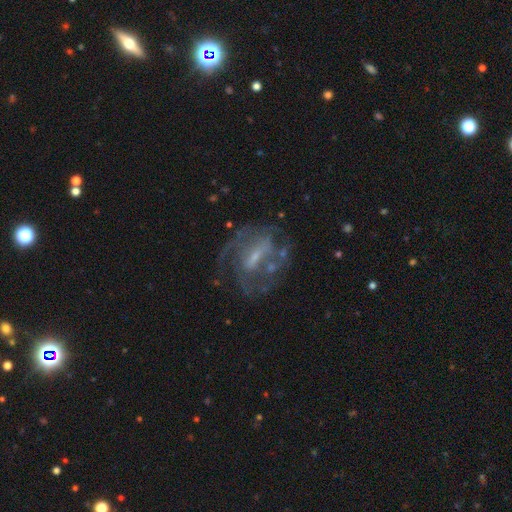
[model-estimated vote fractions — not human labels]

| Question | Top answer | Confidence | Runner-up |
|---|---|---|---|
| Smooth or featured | featured or disk | 80% | smooth (12%) |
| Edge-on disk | no | 95% | yes (5%) |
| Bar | weak | 44% | strong (35%) |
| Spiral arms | yes | 81% | no (19%) |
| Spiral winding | medium | 45% | tight (38%) |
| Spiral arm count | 2 | 40% | can't tell (31%) |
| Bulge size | small | 50% | moderate (29%) |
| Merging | none | 58% | major disturbance (19%) |